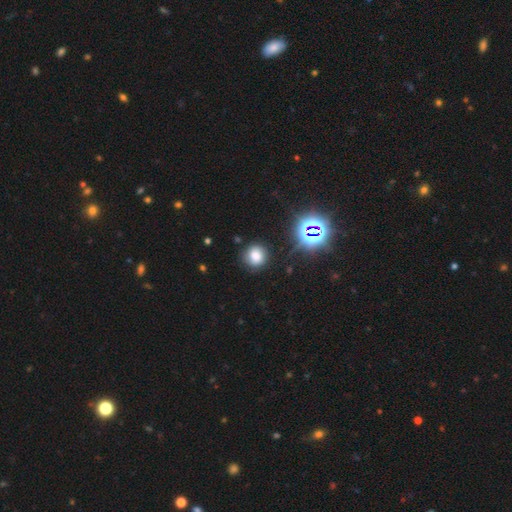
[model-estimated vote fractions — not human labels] A smooth galaxy with no disk features (66%) that is round (82%).

Vote fractions:
- Smooth or featured? smooth: 66% / star or artifact: 20% / featured or disk: 14%
- How rounded? round: 82% / in between: 17% / cigar-shaped: 1%
- Merging? none: 80% / minor disturbance: 14% / major disturbance: 4% / merger: 2%